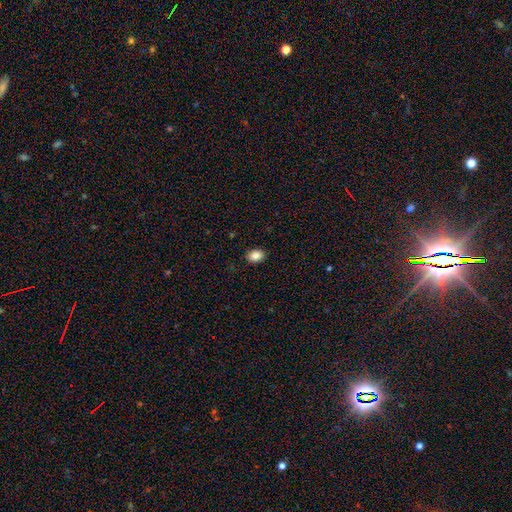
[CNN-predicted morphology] smooth_or_featured: smooth (p=0.87) [alt: star or artifact p=0.09]
how_rounded: in between (p=0.70) [alt: round p=0.29]
merging: none (p=0.90) [alt: minor disturbance p=0.08]